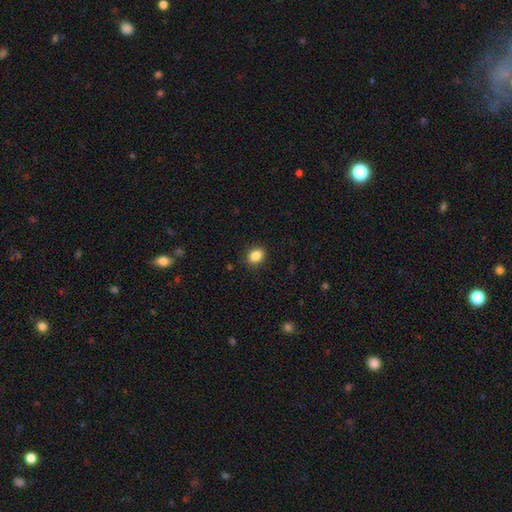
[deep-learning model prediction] Smooth or featured: smooth — 86% (star or artifact — 10%)
How rounded: in between — 56% (round — 43%)
Merging: none — 89% (minor disturbance — 8%)